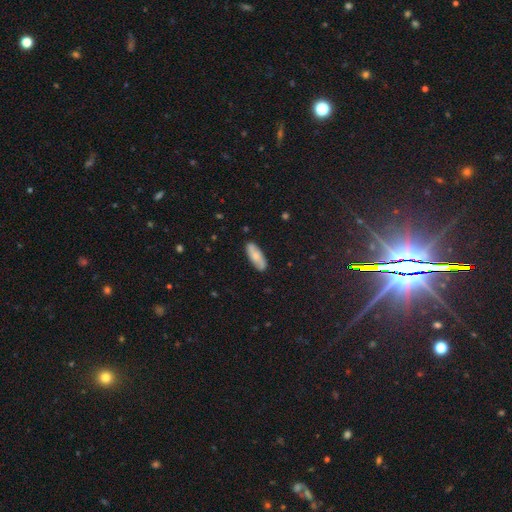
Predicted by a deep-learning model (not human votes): This is likely a smooth galaxy (65%). How rounded: likely in between (70%). Merging: clearly none (84%).